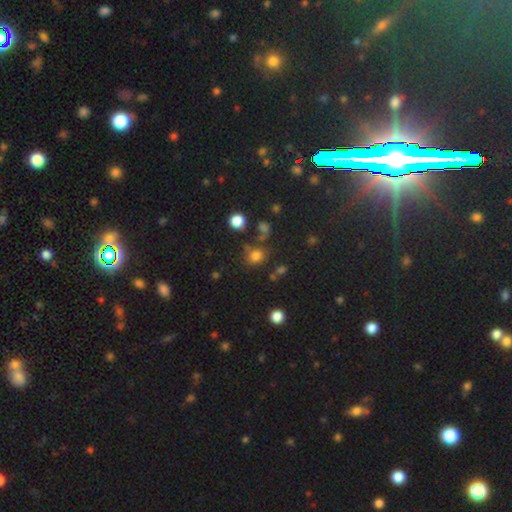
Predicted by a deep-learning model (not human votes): This is likely a smooth galaxy (75%). How rounded: likely round (75%). Merging: likely none (68%).